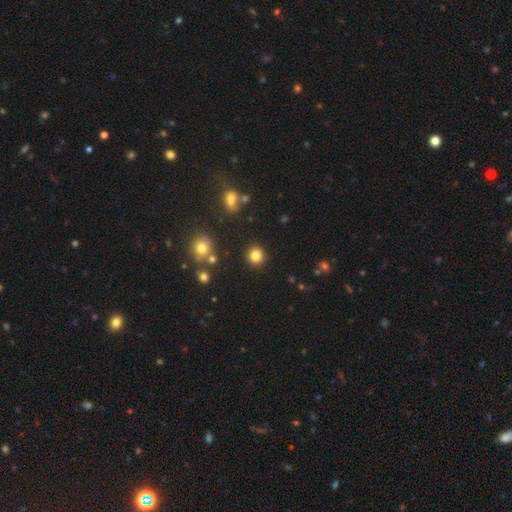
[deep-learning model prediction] Smooth or featured?
  - smooth: 82% *
  - star or artifact: 13%
  - featured or disk: 5%
How rounded?
  - round: 91% *
  - in between: 8%
  - cigar-shaped: 1%
Merging?
  - none: 89% *
  - minor disturbance: 6%
  - merger: 2%
  - major disturbance: 2%